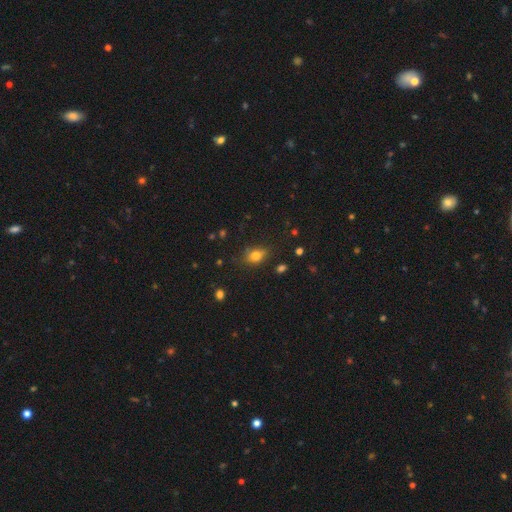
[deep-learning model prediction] Smooth or featured?
  - smooth: 77% *
  - star or artifact: 13%
  - featured or disk: 10%
How rounded?
  - in between: 66% *
  - round: 32%
  - cigar-shaped: 2%
Merging?
  - none: 68% *
  - minor disturbance: 23%
  - major disturbance: 6%
  - merger: 3%